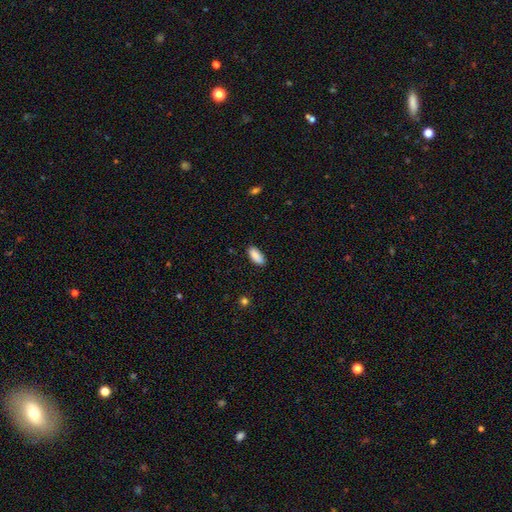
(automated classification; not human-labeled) Smooth or featured? Predicted: smooth (p=0.89). How rounded? Predicted: in between (p=0.86). Merging? Predicted: none (p=0.86).